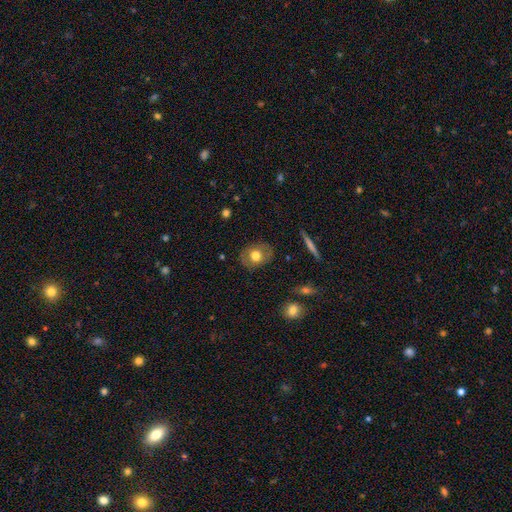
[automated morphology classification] Smooth or featured? smooth (60%)
How rounded? in between (50%)
Merging? none (82%)